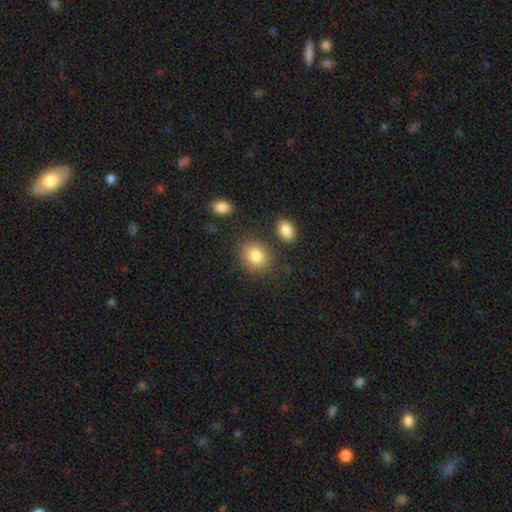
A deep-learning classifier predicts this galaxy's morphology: A smooth galaxy with no disk features (83%) that is round (56%).

Vote fractions:
- Smooth or featured? smooth: 83% / star or artifact: 8% / featured or disk: 8%
- How rounded? round: 56% / in between: 43% / cigar-shaped: 1%
- Merging? none: 77% / minor disturbance: 13% / merger: 6% / major disturbance: 4%